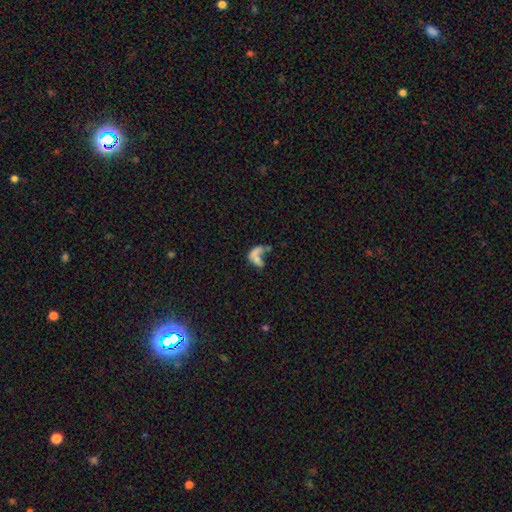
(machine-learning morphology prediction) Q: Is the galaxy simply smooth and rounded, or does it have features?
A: smooth — 51%.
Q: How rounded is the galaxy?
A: in between — 76%.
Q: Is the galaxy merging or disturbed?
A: merger — 42%.